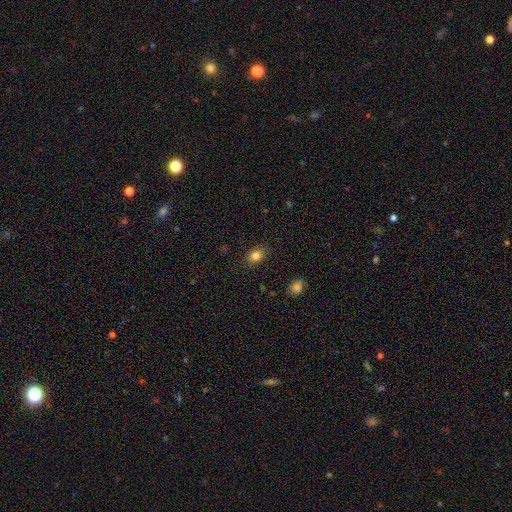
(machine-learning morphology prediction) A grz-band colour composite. It shows a smooth galaxy with no disk features (83%) that is in between round and cigar-shaped (65%). Merging: none (86%).